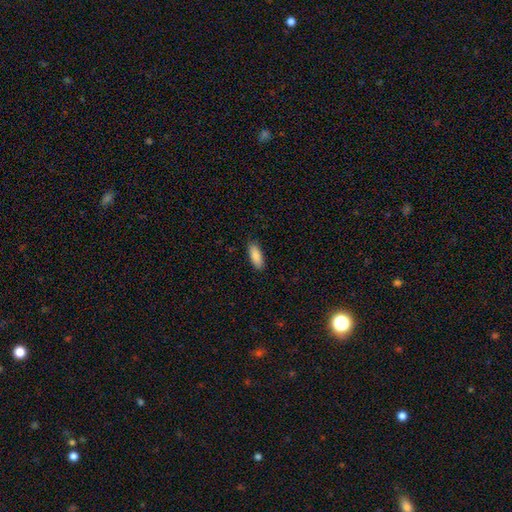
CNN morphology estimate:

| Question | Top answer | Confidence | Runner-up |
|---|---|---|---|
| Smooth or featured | smooth | 88% | featured or disk (6%) |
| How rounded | in between | 72% | cigar-shaped (26%) |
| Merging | none | 88% | minor disturbance (9%) |